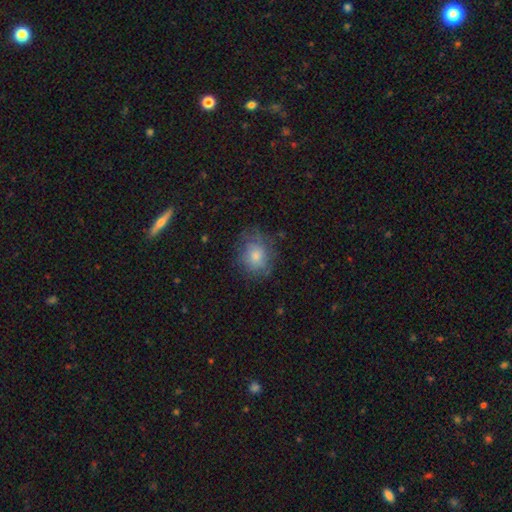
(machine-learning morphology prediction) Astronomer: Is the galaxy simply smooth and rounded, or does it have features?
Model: smooth — 66%.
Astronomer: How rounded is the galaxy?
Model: round — 61% (runner-up: in between, 38%).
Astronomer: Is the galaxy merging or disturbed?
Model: none — 69%.